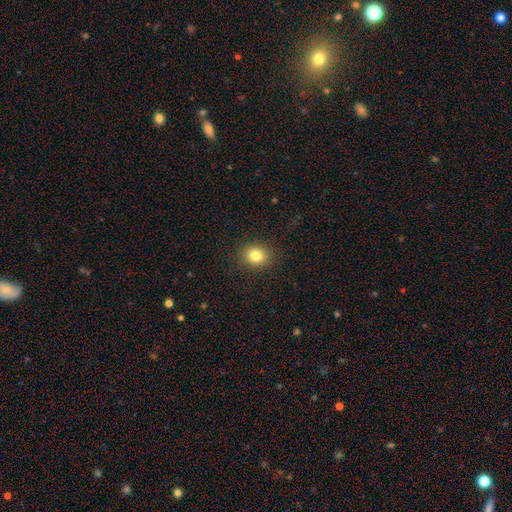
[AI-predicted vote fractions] A smooth galaxy with no disk features (82%) that is round (63%).

Vote fractions:
- Smooth or featured? smooth: 82% / star or artifact: 11% / featured or disk: 7%
- How rounded? round: 63% / in between: 36% / cigar-shaped: 1%
- Merging? none: 89% / minor disturbance: 7% / major disturbance: 3% / merger: 1%